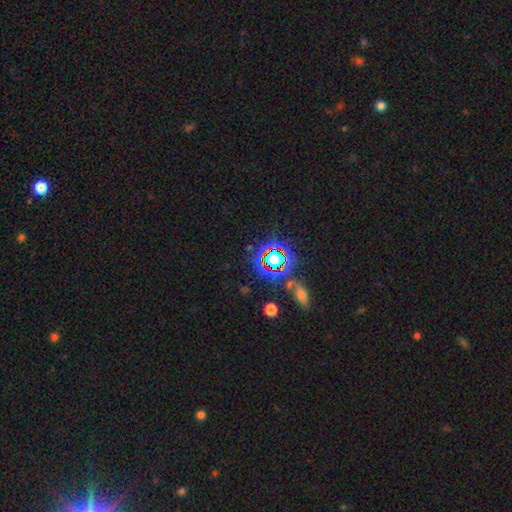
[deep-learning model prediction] smooth-or-featured: star or artifact: 65% | smooth: 22% | featured or disk: 12%